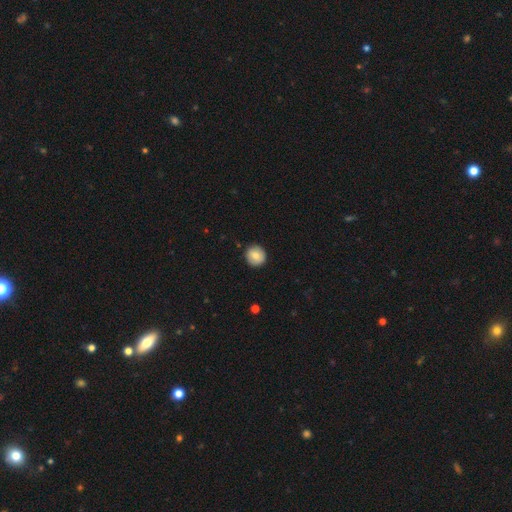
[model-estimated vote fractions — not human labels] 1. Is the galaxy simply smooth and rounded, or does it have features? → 84% smooth, 8% featured or disk, 8% star or artifact.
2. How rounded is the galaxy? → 91% round, 8% in between, 1% cigar-shaped.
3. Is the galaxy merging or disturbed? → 90% none, 8% minor disturbance, 2% major disturbance, 1% merger.